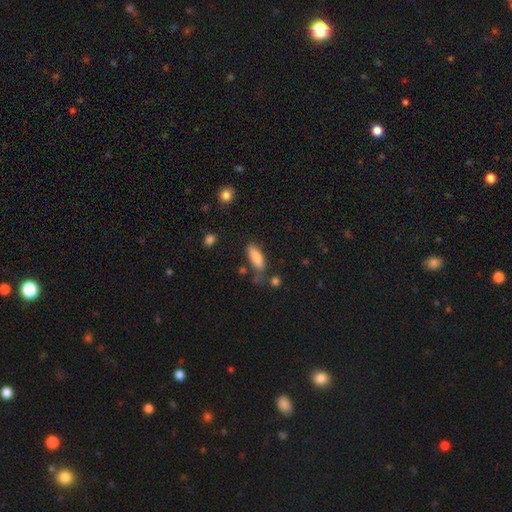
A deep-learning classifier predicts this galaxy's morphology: Overall: smooth (84%). How rounded: in between (66%; cigar-shaped 32%). Merging: none (62%; minor disturbance 22%).